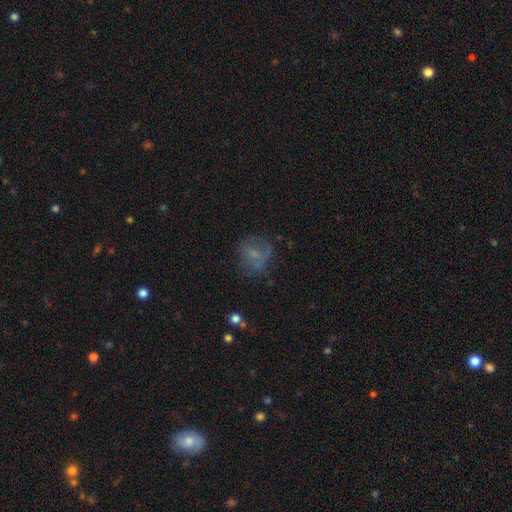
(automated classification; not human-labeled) Smooth or featured? Predicted: smooth (p=0.52). How rounded? Predicted: round (p=0.66). Merging? Predicted: none (p=0.51).